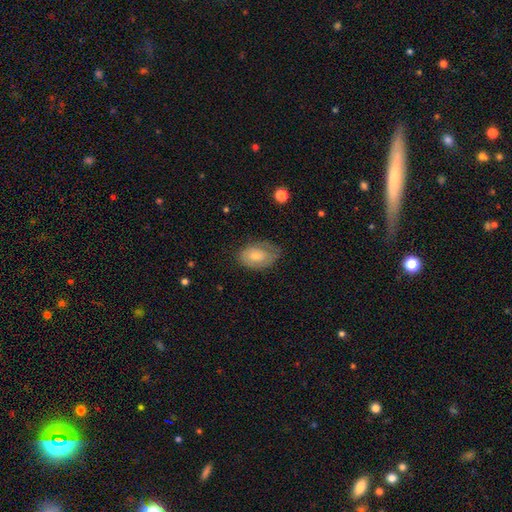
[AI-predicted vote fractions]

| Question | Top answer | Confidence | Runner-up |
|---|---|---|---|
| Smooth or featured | smooth | 55% | featured or disk (36%) |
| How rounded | in between | 86% | round (13%) |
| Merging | none | 64% | minor disturbance (26%) |